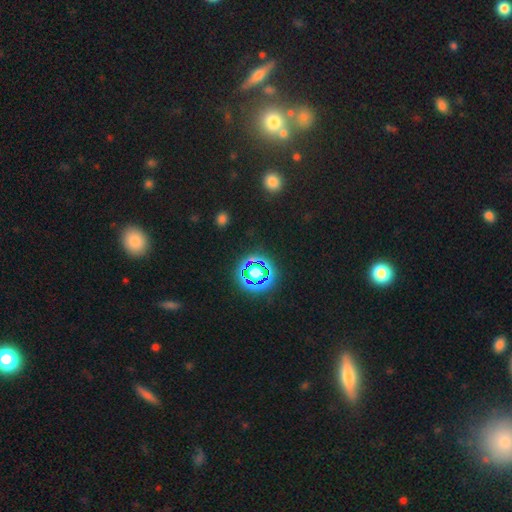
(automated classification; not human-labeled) star or artifact 70%, smooth 20%, featured or disk 10%.